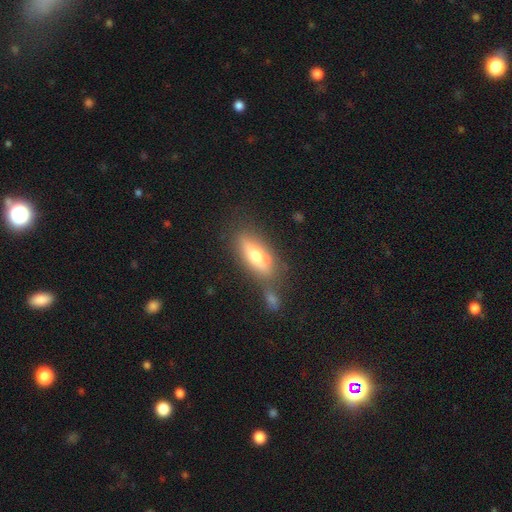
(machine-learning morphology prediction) smooth_or_featured: smooth (p=0.56) [alt: featured or disk p=0.37]
how_rounded: in between (p=0.63) [alt: cigar-shaped p=0.34]
merging: none (p=0.59) [alt: minor disturbance p=0.17]